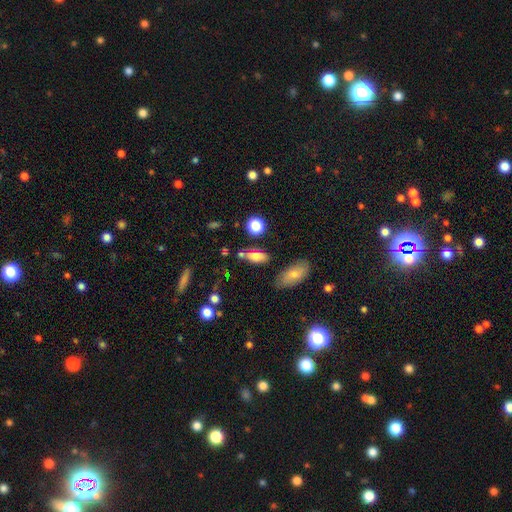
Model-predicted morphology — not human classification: A smooth galaxy with no disk features (74%) that is in between round and cigar-shaped (75%). Merging: none (68%).